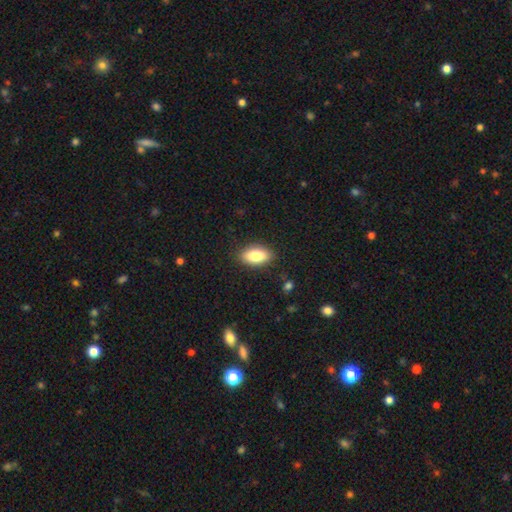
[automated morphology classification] smooth 82%, featured or disk 11%, star or artifact 7%. Down the decision tree: how rounded — in between (89%); merging — none (87%).